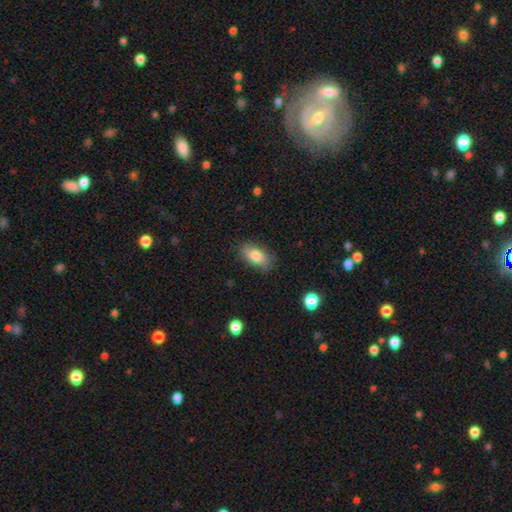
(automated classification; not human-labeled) smooth-or-featured: smooth: 83% | featured or disk: 10% | star or artifact: 7%
  how-rounded: in between: 90% | round: 6% | cigar-shaped: 4%
  merging: none: 81% | minor disturbance: 14% | major disturbance: 3% | merger: 1%